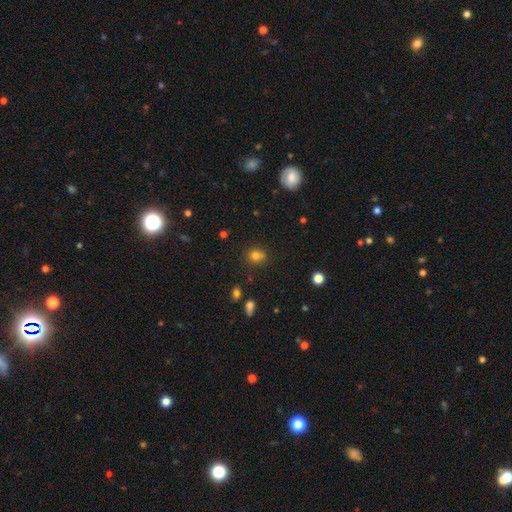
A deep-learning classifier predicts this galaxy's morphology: Q: Smooth or featured?
A: smooth (76%); runner-up: star or artifact (16%)
Q: How rounded?
A: round (76%); runner-up: in between (23%)
Q: Merging?
A: none (64%); runner-up: merger (18%)